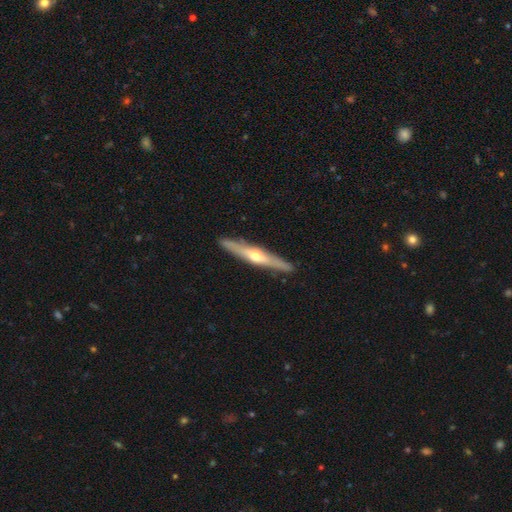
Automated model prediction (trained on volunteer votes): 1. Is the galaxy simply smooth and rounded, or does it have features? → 66% featured or disk, 29% smooth, 5% star or artifact.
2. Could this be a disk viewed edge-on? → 95% yes, 5% no.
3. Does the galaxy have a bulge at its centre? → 89% rounded, 8% none, 3% boxy.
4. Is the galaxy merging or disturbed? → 90% none, 7% minor disturbance, 1% major disturbance, 1% merger.